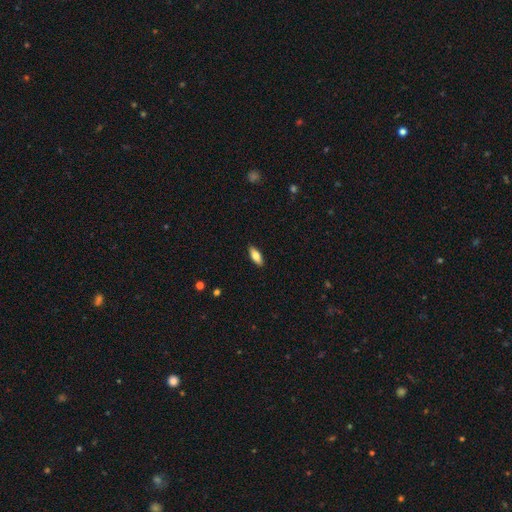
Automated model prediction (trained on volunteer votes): Smooth or featured?
  - smooth: 77% *
  - featured or disk: 17%
  - star or artifact: 6%
How rounded?
  - in between: 77% *
  - cigar-shaped: 21%
  - round: 2%
Merging?
  - none: 90% *
  - minor disturbance: 8%
  - major disturbance: 2%
  - merger: 1%